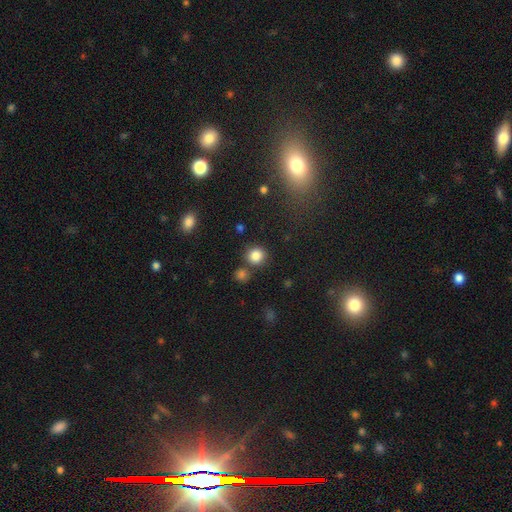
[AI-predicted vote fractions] Smooth or featured: smooth — 83% (star or artifact — 12%)
How rounded: round — 90% (in between — 9%)
Merging: none — 76% (merger — 12%)